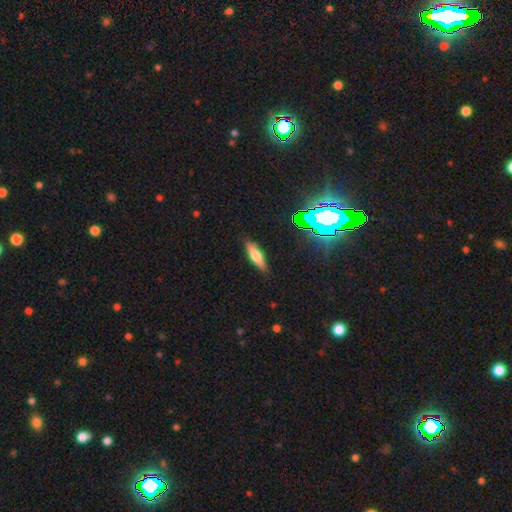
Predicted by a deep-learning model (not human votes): Smooth or featured? smooth (56%)
How rounded? cigar-shaped (55%)
Merging? none (86%)